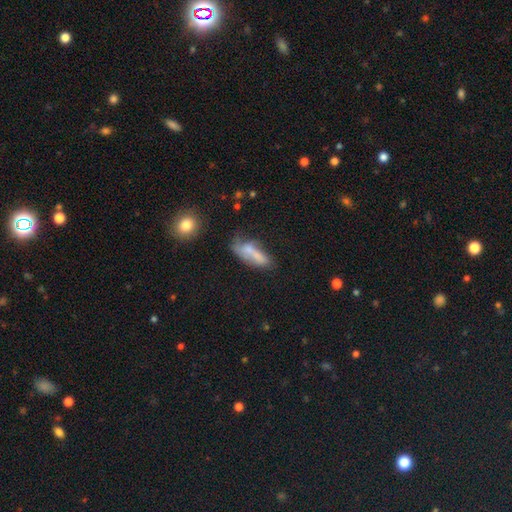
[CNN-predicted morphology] Smooth or featured?
  - smooth: 58% *
  - featured or disk: 31%
  - star or artifact: 11%
How rounded?
  - in between: 59% *
  - cigar-shaped: 37%
  - round: 4%
Merging?
  - none: 32% *
  - merger: 26%
  - minor disturbance: 22%
  - major disturbance: 20%